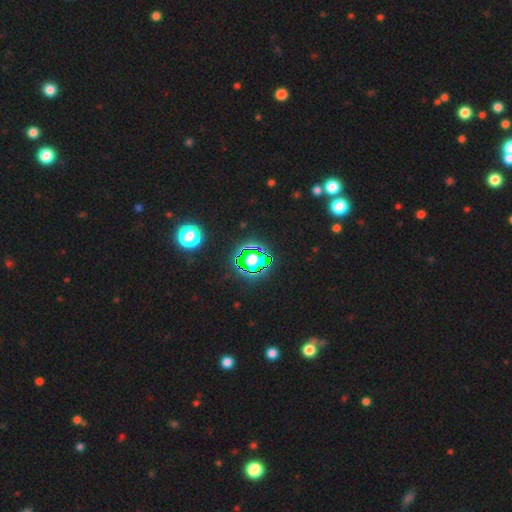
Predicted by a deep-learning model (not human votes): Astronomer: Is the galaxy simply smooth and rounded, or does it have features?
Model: star or artifact — 63%.